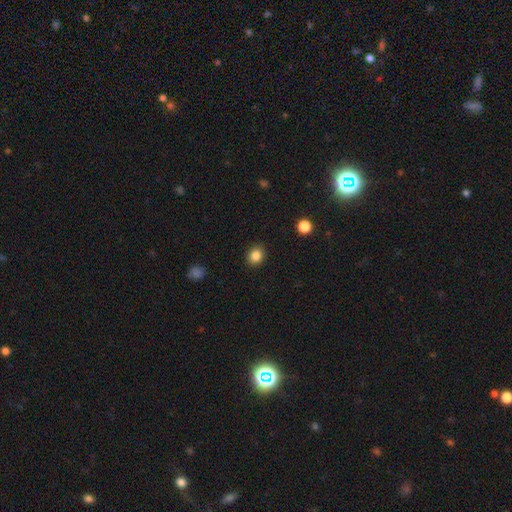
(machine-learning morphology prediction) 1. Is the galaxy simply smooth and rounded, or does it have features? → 85% smooth, 11% star or artifact, 4% featured or disk.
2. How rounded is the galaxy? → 68% round, 32% in between, 1% cigar-shaped.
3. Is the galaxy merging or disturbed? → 90% none, 7% minor disturbance, 2% major disturbance, 1% merger.